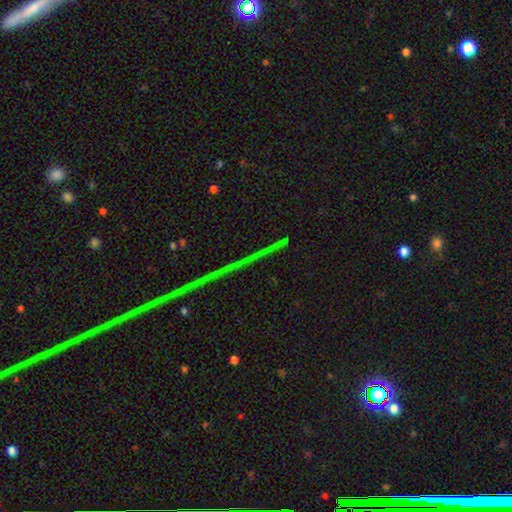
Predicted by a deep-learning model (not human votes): The model was most divided on "smooth or featured": star or artifact: 83%, featured or disk: 10%, smooth: 8%.